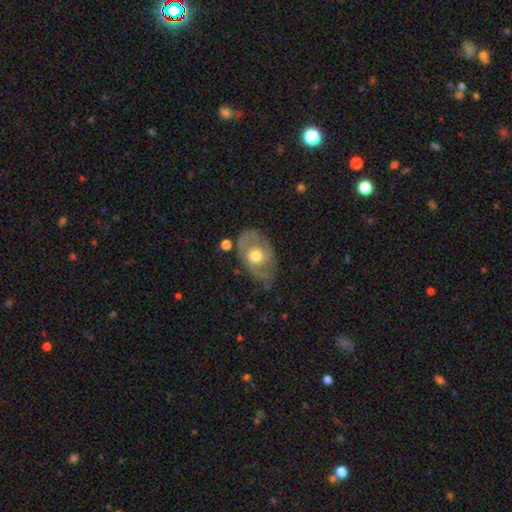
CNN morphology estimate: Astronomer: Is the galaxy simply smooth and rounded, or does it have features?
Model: featured or disk — 59% (runner-up: smooth, 35%).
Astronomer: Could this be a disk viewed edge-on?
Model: no — 92%.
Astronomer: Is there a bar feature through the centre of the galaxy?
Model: no — 81%.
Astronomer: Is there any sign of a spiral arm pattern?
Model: no — 51% (runner-up: yes, 49%).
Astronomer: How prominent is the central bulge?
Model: moderate — 71%.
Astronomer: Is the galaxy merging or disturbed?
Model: none — 59%.